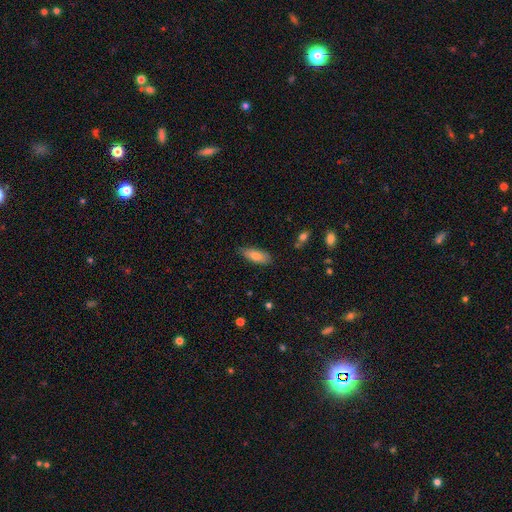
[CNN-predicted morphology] smooth 80%, featured or disk 13%, star or artifact 7%. Down the decision tree: how rounded — in between (70%); merging — none (77%).